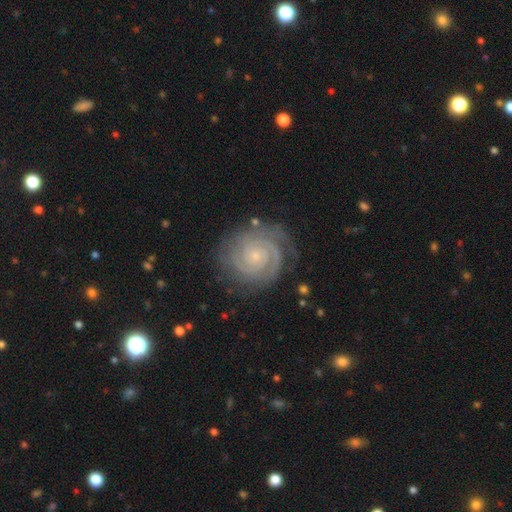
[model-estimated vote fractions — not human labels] featured or disk 89%, star or artifact 5%, smooth 5%. Down the decision tree: edge-on disk — no (98%); bar — no (73%); spiral arms — yes (98%); spiral arm count — 2 (54%); spiral winding — tight (83%); bulge size — small (80%); merging — none (80%).